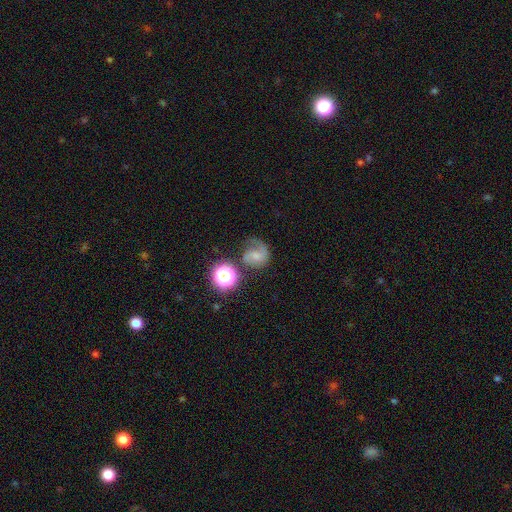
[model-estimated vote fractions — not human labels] Smooth or featured? featured or disk (57%)
Edge-on disk? no (98%)
Bar? no (61%)
Spiral arms? yes (90%)
Spiral winding? medium (44%)
Spiral arm count? 1 (47%)
Bulge size? small (45%)
Merging? none (46%)